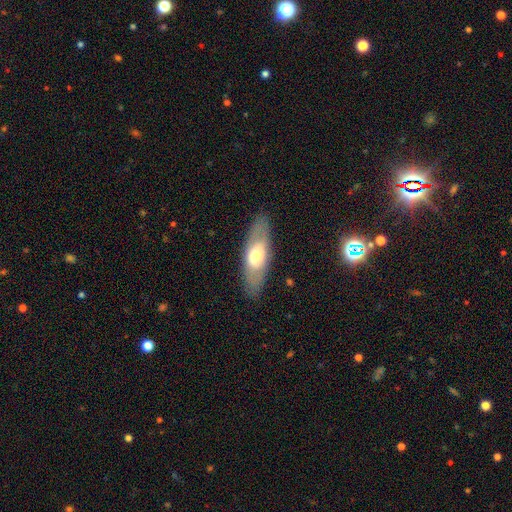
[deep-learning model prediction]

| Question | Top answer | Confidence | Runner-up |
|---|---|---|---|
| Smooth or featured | smooth | 54% | featured or disk (40%) |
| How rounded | in between | 60% | cigar-shaped (38%) |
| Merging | none | 86% | minor disturbance (10%) |